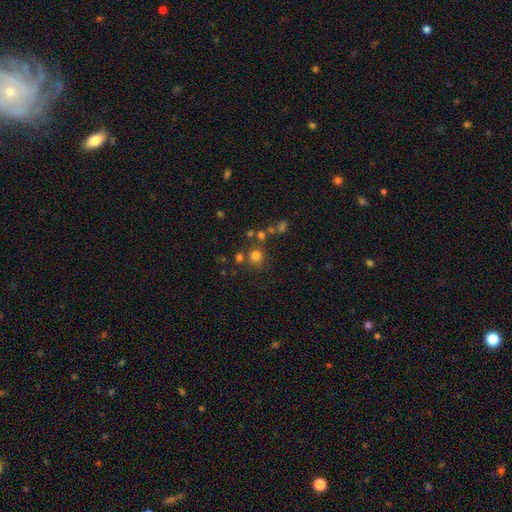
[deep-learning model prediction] smooth-or-featured: smooth: 73% | star or artifact: 19% | featured or disk: 8%
  how-rounded: round: 91% | in between: 8% | cigar-shaped: 1%
  merging: none: 72% | merger: 13% | minor disturbance: 9% | major disturbance: 5%